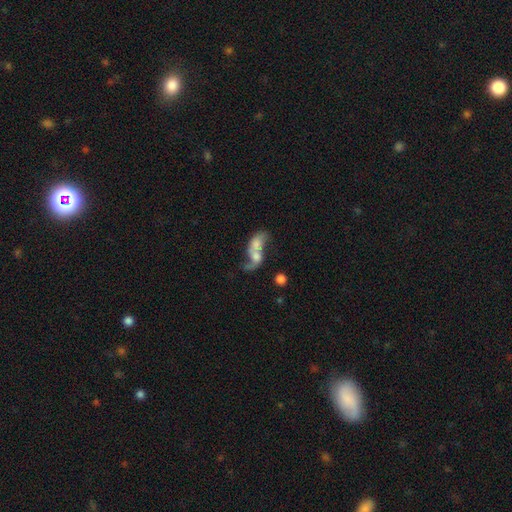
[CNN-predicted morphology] Smooth or featured: smooth — 48% (featured or disk — 42%)
Merging: merger — 73% (major disturbance — 11%)